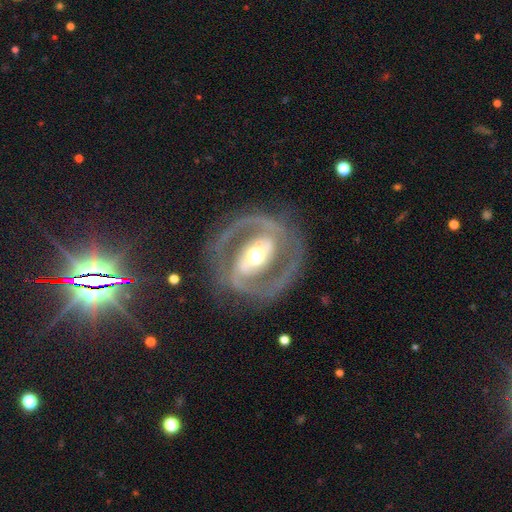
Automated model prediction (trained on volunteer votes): Smooth or featured?
  - featured or disk: 88% *
  - smooth: 7%
  - star or artifact: 5%
Edge-on disk?
  - no: 96% *
  - yes: 4%
Bar?
  - strong: 53% *
  - weak: 27%
  - no: 21%
Spiral arms?
  - yes: 87% *
  - no: 13%
Spiral winding?
  - medium: 52% *
  - tight: 32%
  - loose: 16%
Spiral arm count?
  - 2: 91% *
  - can't tell: 3%
  - 1: 2%
  - 3: 2%
  - 4: 1%
  - more than 4: 1%
Bulge size?
  - moderate: 67% *
  - large: 19%
  - small: 11%
  - dominant: 2%
  - none: 1%
Merging?
  - none: 79% *
  - minor disturbance: 12%
  - major disturbance: 8%
  - merger: 1%